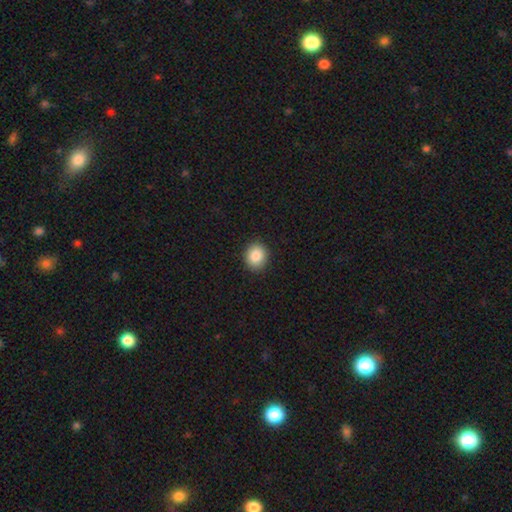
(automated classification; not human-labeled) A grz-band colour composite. It shows a smooth galaxy with no disk features (87%) that is round (72%). Merging: none (90%).